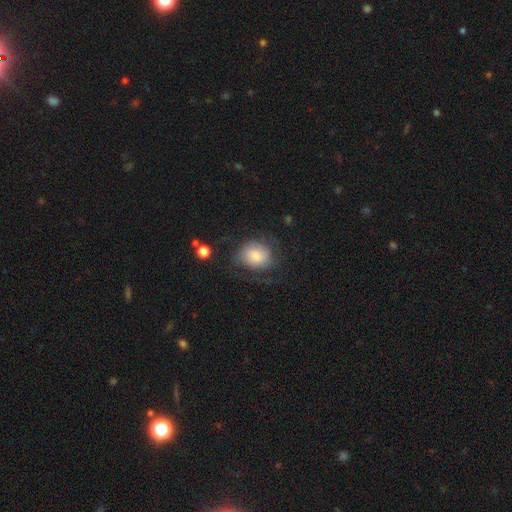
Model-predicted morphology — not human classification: A smooth galaxy with no disk features (56%) that is round (60%).

Vote fractions:
- Smooth or featured? smooth: 56% / featured or disk: 35% / star or artifact: 8%
- How rounded? round: 60% / in between: 39% / cigar-shaped: 1%
- Merging? none: 52% / major disturbance: 24% / minor disturbance: 22% / merger: 2%